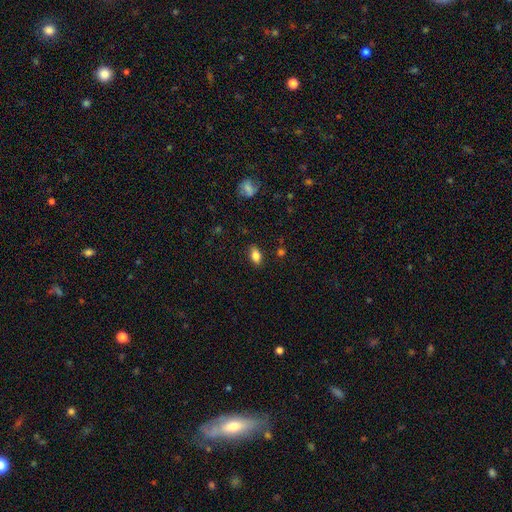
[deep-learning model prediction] Smooth or featured?
  - smooth: 83% *
  - star or artifact: 9%
  - featured or disk: 8%
How rounded?
  - in between: 87% *
  - round: 9%
  - cigar-shaped: 4%
Merging?
  - none: 82% *
  - minor disturbance: 13%
  - major disturbance: 3%
  - merger: 1%